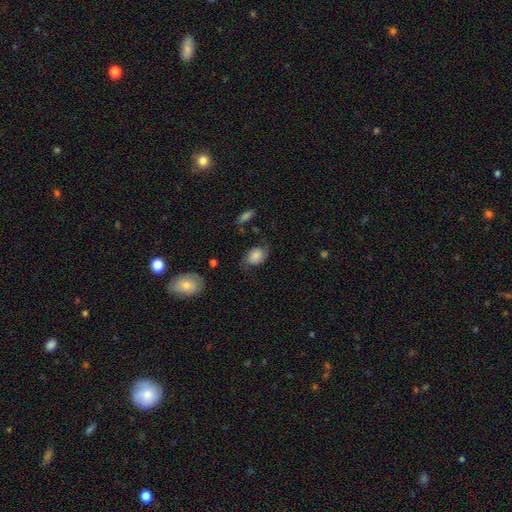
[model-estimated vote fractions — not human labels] Morphology: type=smooth (66%); roundness=in between (71%); merging=none (57%).